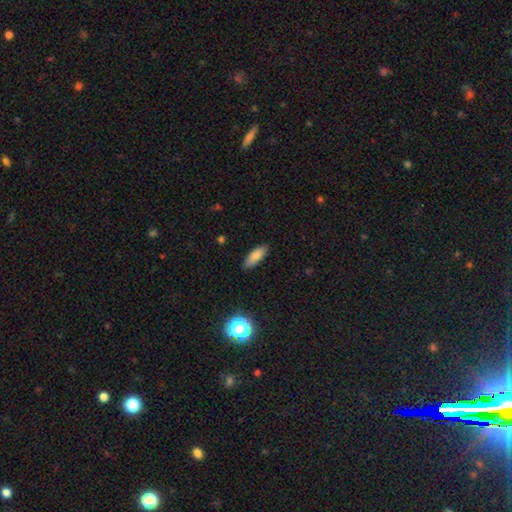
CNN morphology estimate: Smooth or featured: smooth — 82% (featured or disk — 10%)
How rounded: in between — 65% (cigar-shaped — 32%)
Merging: none — 85% (minor disturbance — 12%)